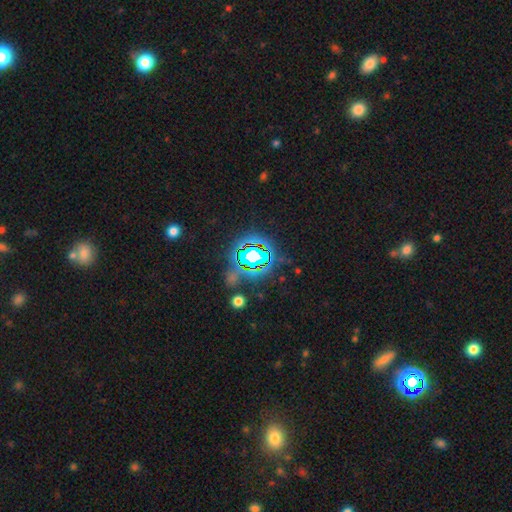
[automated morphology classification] Q: Smooth or featured?
A: star or artifact (72%); runner-up: smooth (15%)